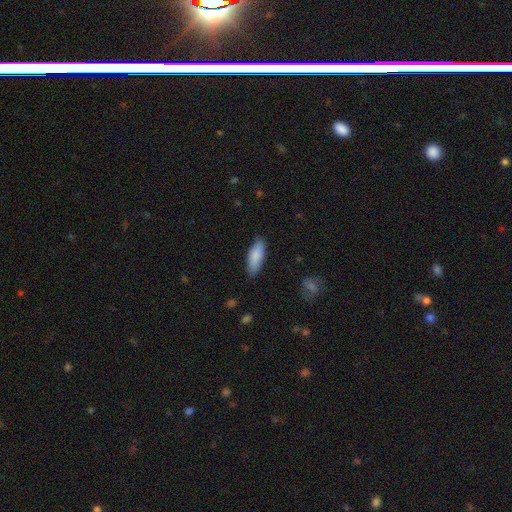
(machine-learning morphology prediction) type=smooth (86%); roundness=in between (66%); merging=none (85%).